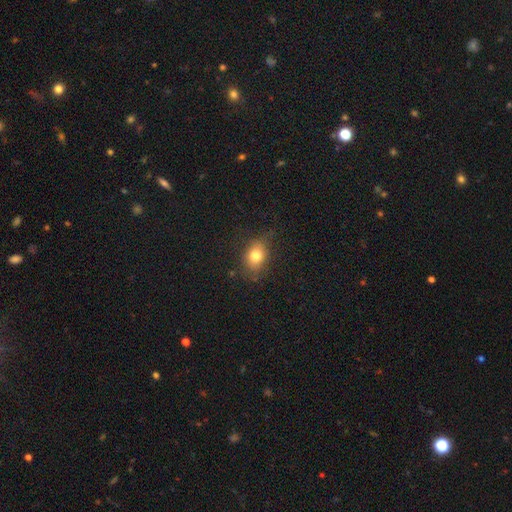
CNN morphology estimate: Smooth or featured?
  - smooth: 78% *
  - star or artifact: 11%
  - featured or disk: 11%
How rounded?
  - in between: 61% *
  - round: 38%
  - cigar-shaped: 2%
Merging?
  - none: 72% *
  - minor disturbance: 20%
  - major disturbance: 6%
  - merger: 1%